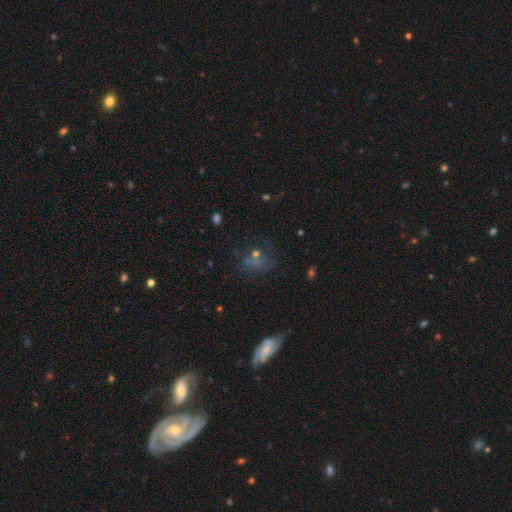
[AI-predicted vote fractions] Smooth or featured: smooth — 41% (star or artifact — 33%)
Merging: none — 53% (minor disturbance — 19%)